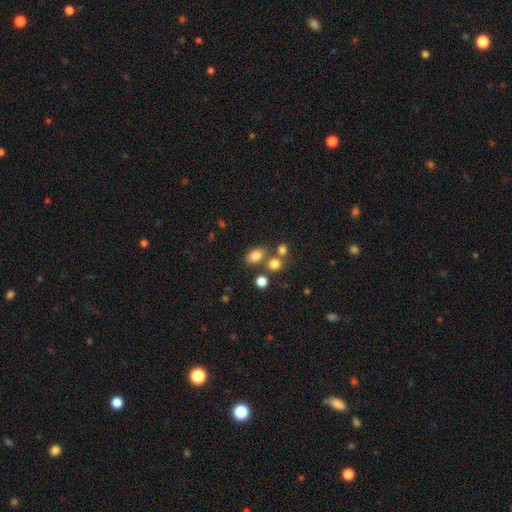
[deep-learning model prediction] smooth-or-featured: smooth: 79% | star or artifact: 13% | featured or disk: 8%
  how-rounded: in between: 76% | round: 23% | cigar-shaped: 2%
  merging: none: 62% | merger: 20% | minor disturbance: 13% | major disturbance: 5%